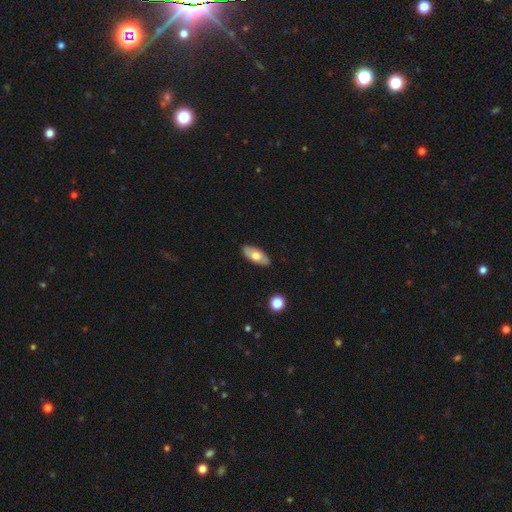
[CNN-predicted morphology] smooth_or_featured: smooth (p=0.64) [alt: featured or disk p=0.31]
how_rounded: in between (p=0.88) [alt: cigar-shaped p=0.09]
merging: none (p=0.88) [alt: minor disturbance p=0.09]